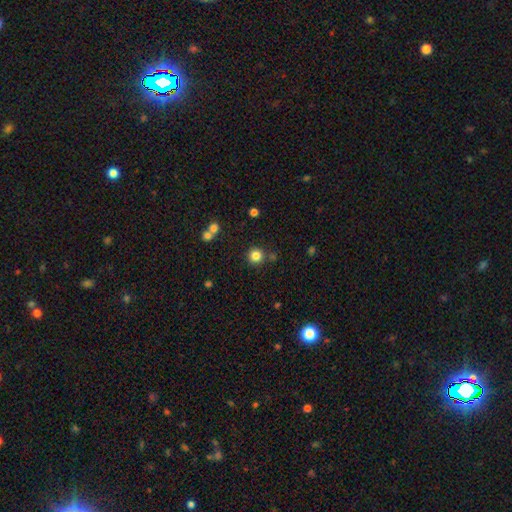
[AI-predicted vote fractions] This is clearly a smooth galaxy (82%). How rounded: clearly round (94%). Merging: clearly none (82%).